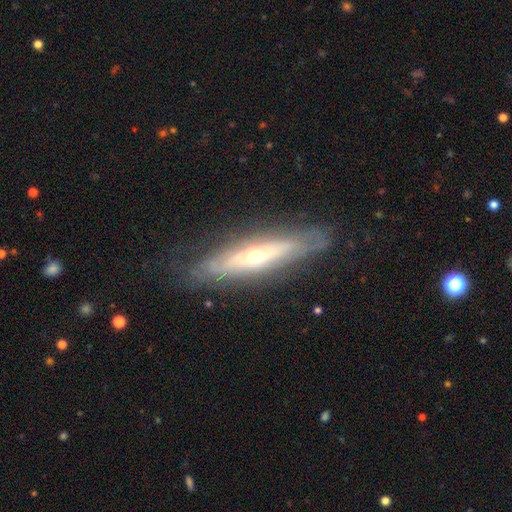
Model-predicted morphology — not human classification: featured or disk 72%, smooth 21%, star or artifact 6%. Down the decision tree: edge-on disk — yes (54%); merging — none (77%).